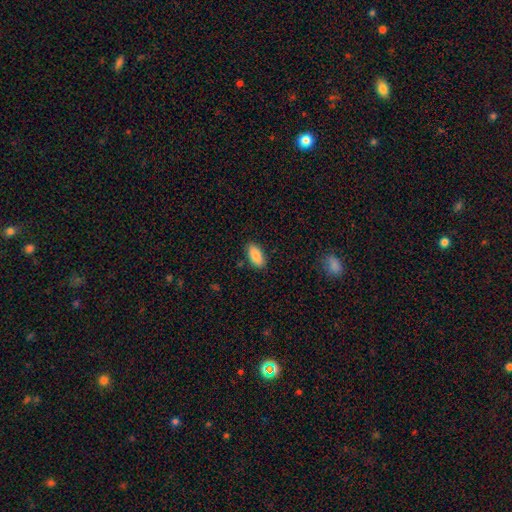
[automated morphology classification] Smooth or featured? Predicted: smooth (p=0.87). How rounded? Predicted: in between (p=0.90). Merging? Predicted: none (p=0.86).